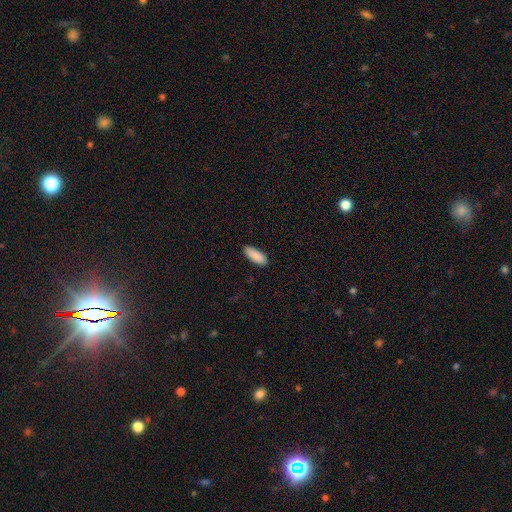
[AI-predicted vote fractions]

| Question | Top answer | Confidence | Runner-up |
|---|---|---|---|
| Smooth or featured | smooth | 91% | star or artifact (6%) |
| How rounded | in between | 73% | cigar-shaped (25%) |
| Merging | none | 88% | minor disturbance (10%) |